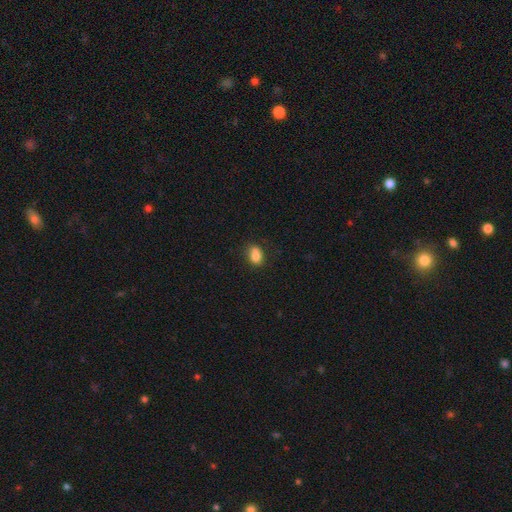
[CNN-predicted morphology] type=smooth (82%); roundness=in between (75%); merging=none (66%).